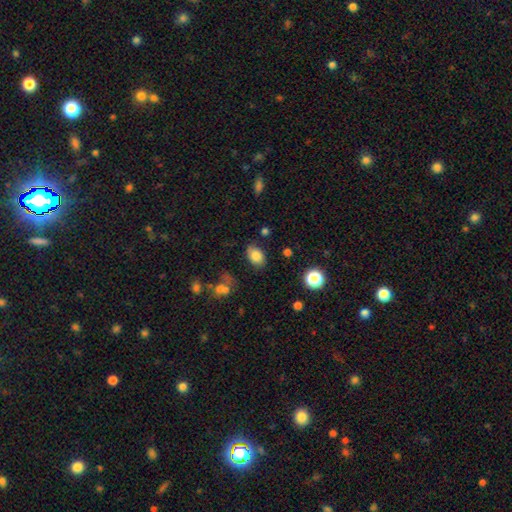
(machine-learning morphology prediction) smooth_or_featured: smooth (p=0.82) [alt: star or artifact p=0.10]
how_rounded: in between (p=0.81) [alt: round p=0.18]
merging: none (p=0.77) [alt: minor disturbance p=0.15]